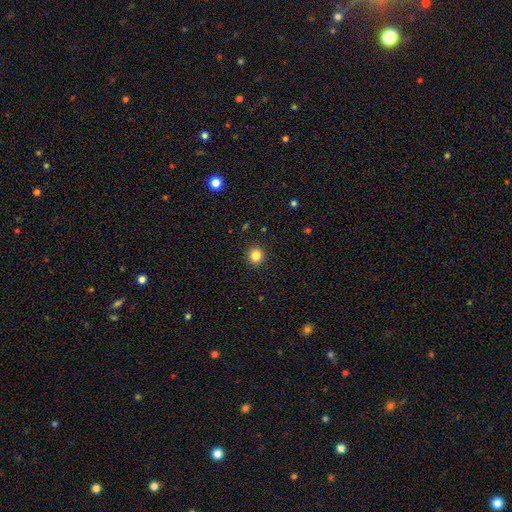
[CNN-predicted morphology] This appears to be a smooth galaxy with no disk features (84%) that is round (92%). Merging: none (92%).